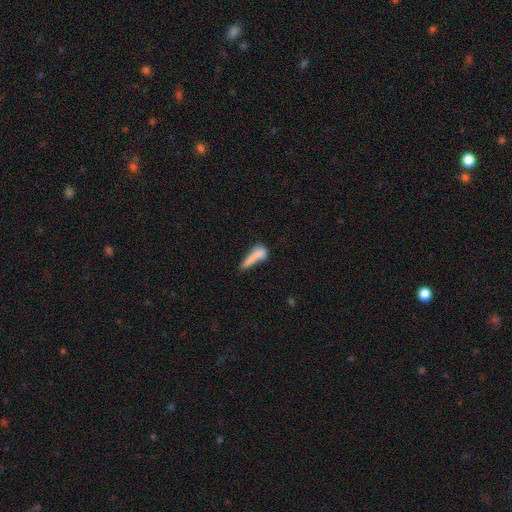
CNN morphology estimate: smooth-or-featured: smooth: 73% | featured or disk: 18% | star or artifact: 9%
  how-rounded: cigar-shaped: 70% | in between: 26% | round: 4%
  merging: none: 36% | minor disturbance: 25% | merger: 20% | major disturbance: 19%